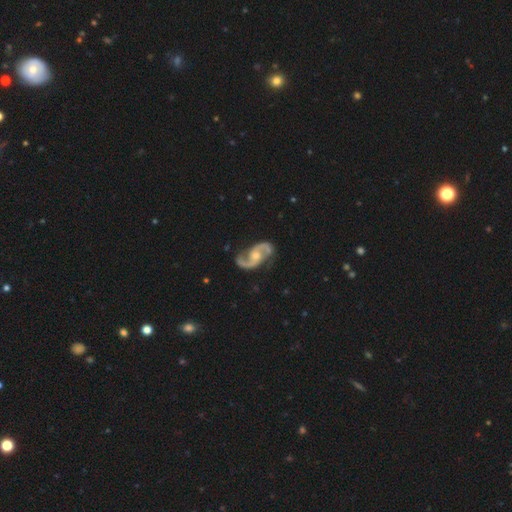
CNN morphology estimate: smooth_or_featured: featured or disk (p=0.93) [alt: star or artifact p=0.04]
disk_edge_on: no (p=0.98) [alt: yes p=0.02]
bar: no (p=0.58) [alt: weak p=0.33]
has_spiral_arms: yes (p=0.98) [alt: no p=0.02]
spiral_winding: medium (p=0.50) [alt: loose p=0.39]
spiral_arm_count: 2 (p=0.94) [alt: can't tell p=0.01]
bulge_size: moderate (p=0.59) [alt: small p=0.33]
merging: none (p=0.80) [alt: minor disturbance p=0.14]